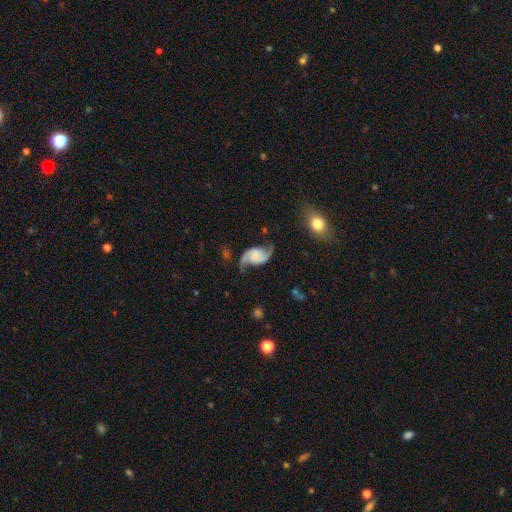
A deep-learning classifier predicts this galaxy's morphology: This is clearly a featured or disk galaxy (85%). It is clearly not viewed edge-on (98%). Bar: likely no (61%). Spiral arm pattern: clearly yes (97%). Spiral arm count: clearly 2 (94%). Spiral winding: likely loose (66%). Central bulge: possibly none (52%). Merging: likely none (68%).